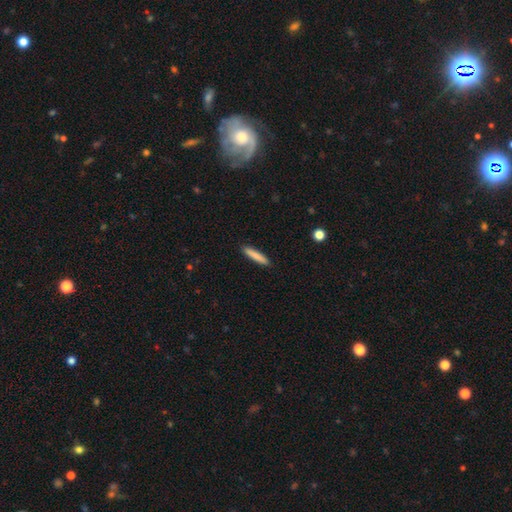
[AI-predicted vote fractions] This is clearly a smooth galaxy (82%). How rounded: clearly cigar-shaped (92%). Merging: clearly none (91%).